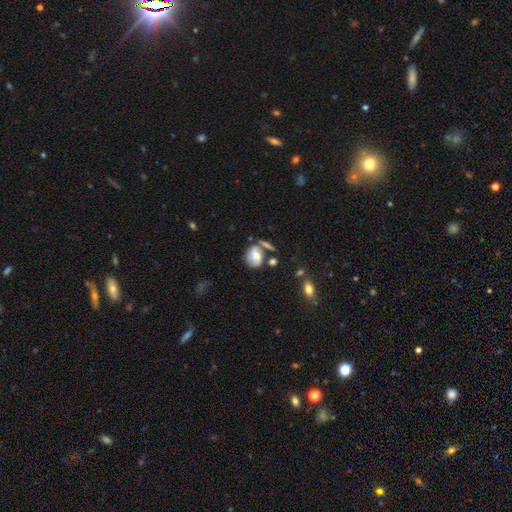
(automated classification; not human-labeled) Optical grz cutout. It shows a smooth galaxy with no disk features (50%). Merging: none (46%).